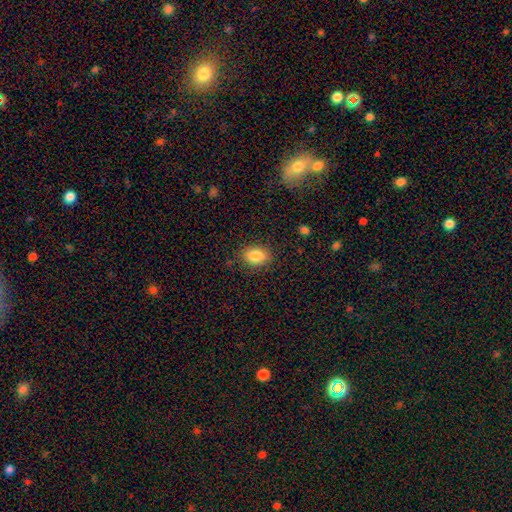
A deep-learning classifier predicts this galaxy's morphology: The model was most divided on "how rounded": in between: 79%, round: 19%, cigar-shaped: 2%. More confident: merging — none (85%); smooth or featured — smooth (85%).